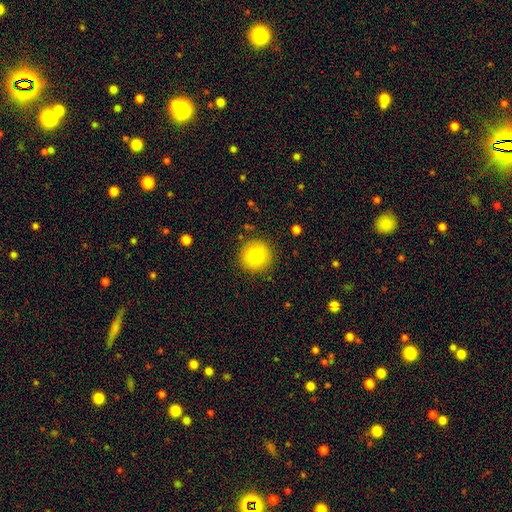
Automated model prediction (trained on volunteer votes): Q: Smooth or featured?
A: smooth (84%); runner-up: star or artifact (9%)
Q: How rounded?
A: round (94%); runner-up: in between (5%)
Q: Merging?
A: none (89%); runner-up: minor disturbance (8%)